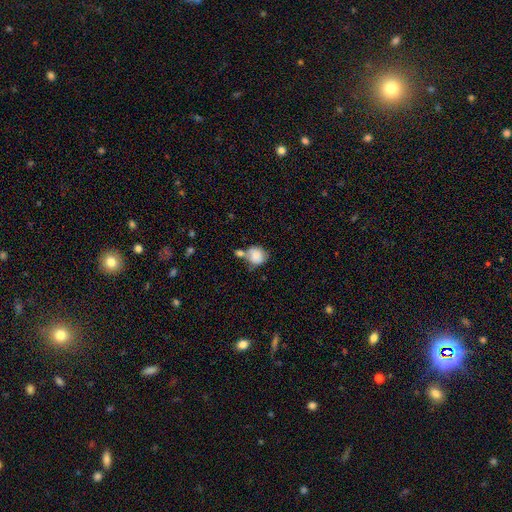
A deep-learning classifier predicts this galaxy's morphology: Smooth or featured? Predicted: smooth (p=0.80). How rounded? Predicted: round (p=0.78). Merging? Predicted: merger (p=0.38).